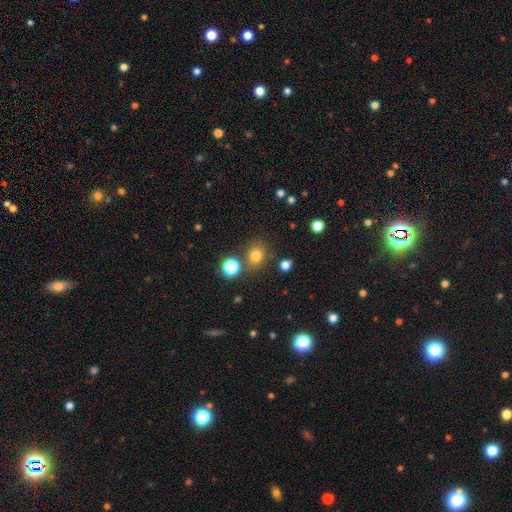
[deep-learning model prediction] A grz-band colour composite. It shows a smooth galaxy with no disk features (76%) that is round (72%). Merging: none (78%).